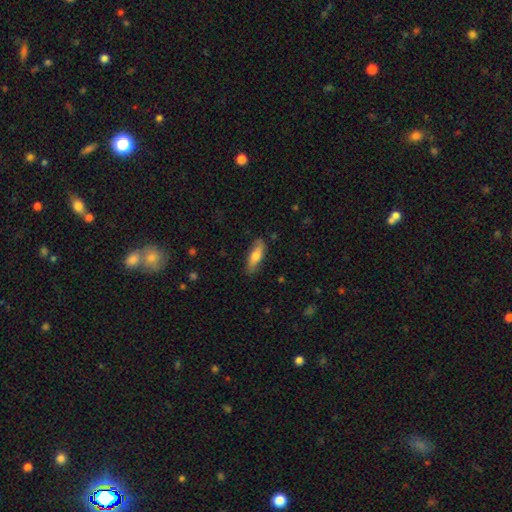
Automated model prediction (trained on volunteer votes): smooth-or-featured: smooth: 71% | featured or disk: 24% | star or artifact: 6%
  how-rounded: in between: 54% | cigar-shaped: 44% | round: 2%
  merging: none: 80% | minor disturbance: 16% | major disturbance: 3% | merger: 1%